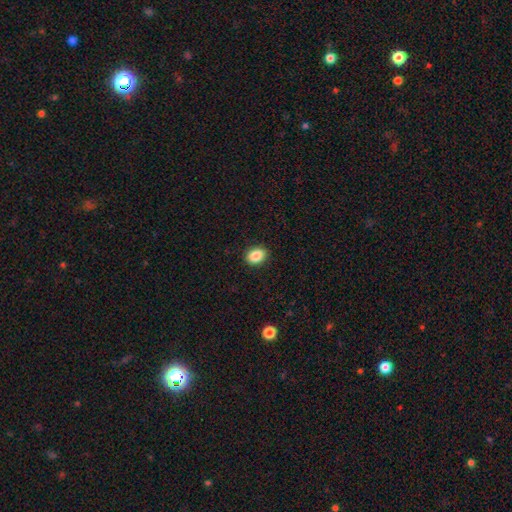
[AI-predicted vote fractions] A smooth galaxy with no disk features (88%) that is in between round and cigar-shaped (64%).

Vote fractions:
- Smooth or featured? smooth: 88% / star or artifact: 8% / featured or disk: 4%
- How rounded? in between: 64% / round: 35% / cigar-shaped: 1%
- Merging? none: 90% / minor disturbance: 7% / major disturbance: 2% / merger: 1%